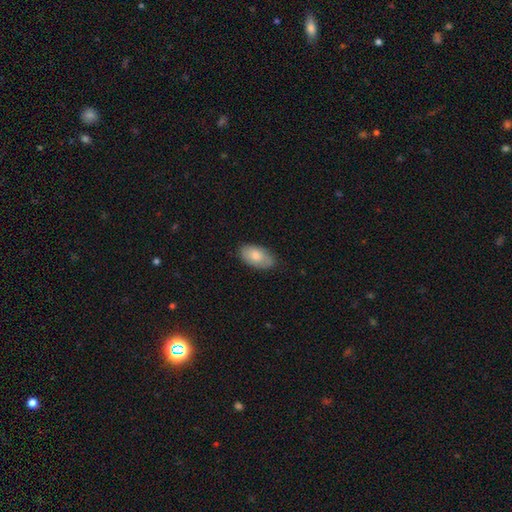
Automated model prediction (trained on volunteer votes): Smooth or featured? Predicted: smooth (p=0.76). How rounded? Predicted: in between (p=0.94). Merging? Predicted: none (p=0.78).